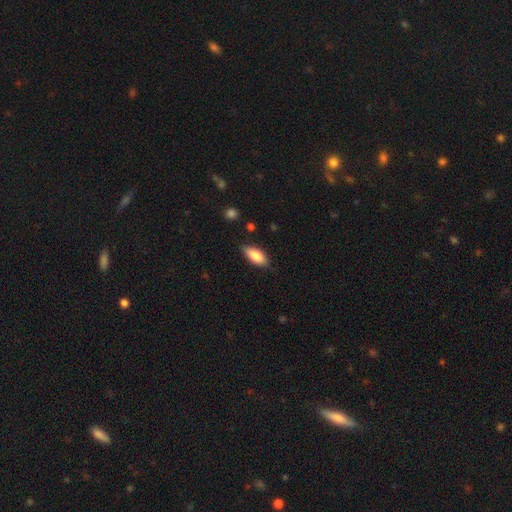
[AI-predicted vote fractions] Overall: smooth (82%). How rounded: in between (82%). Merging: none (81%).